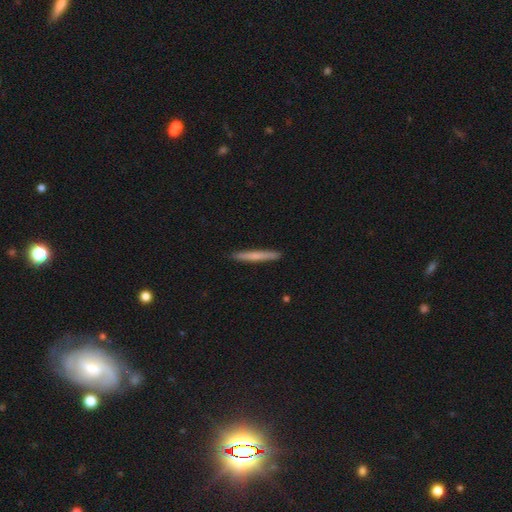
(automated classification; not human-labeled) Morphology: type=smooth (63%); roundness=cigar-shaped (97%); merging=none (92%).